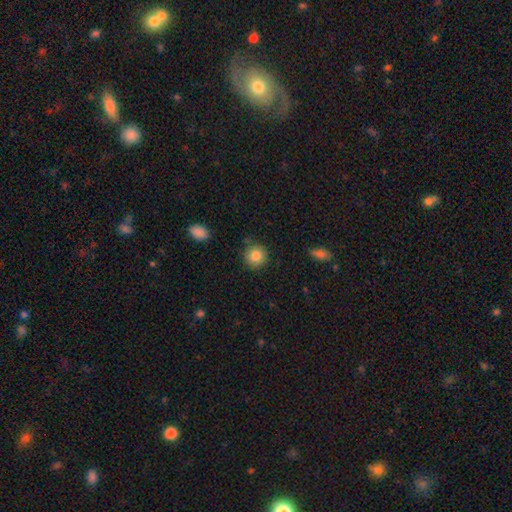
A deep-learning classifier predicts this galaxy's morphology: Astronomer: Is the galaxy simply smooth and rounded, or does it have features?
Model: smooth — 84%.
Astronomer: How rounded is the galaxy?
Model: round — 92%.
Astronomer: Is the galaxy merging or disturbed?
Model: none — 86%.